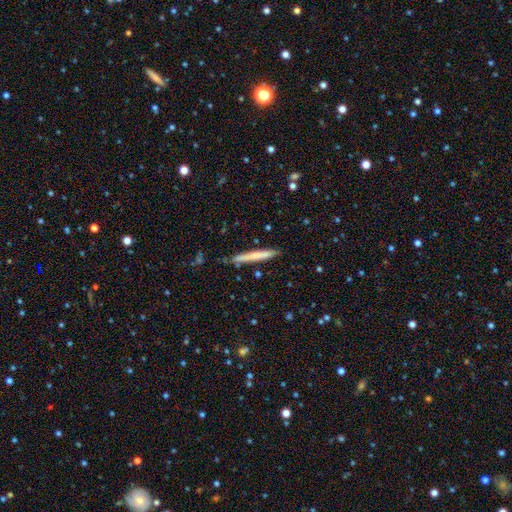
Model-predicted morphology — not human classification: type=smooth (68%); roundness=cigar-shaped (97%); merging=none (87%).